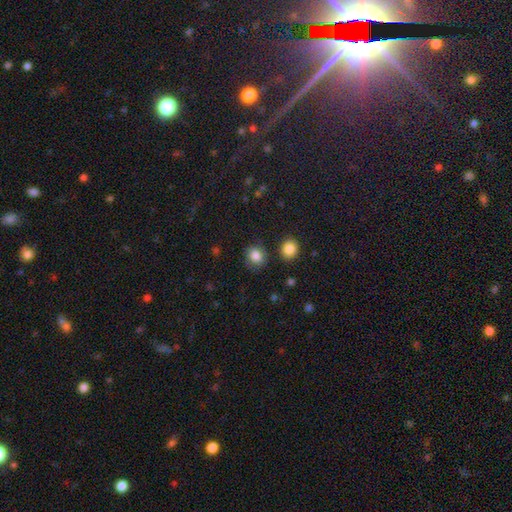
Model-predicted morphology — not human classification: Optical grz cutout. It shows a smooth galaxy with no disk features (83%) that is round (69%). Merging: none (81%).